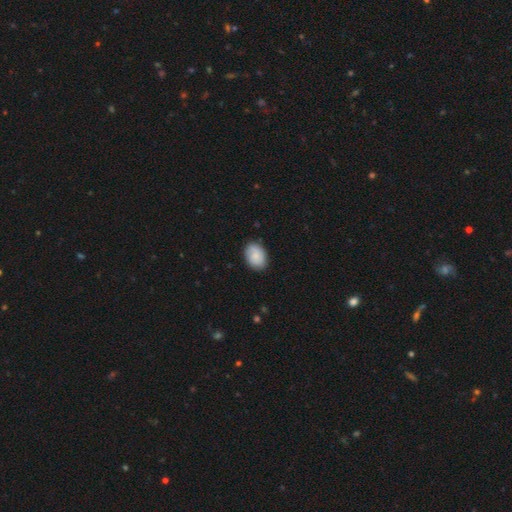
smooth-or-featured: smooth: 56% | featured or disk: 38% | star or artifact: 5%
  how-rounded: in between: 82% | round: 18% | cigar-shaped: 0%
  merging: none: 70% | minor disturbance: 22% | major disturbance: 8% | merger: 0%